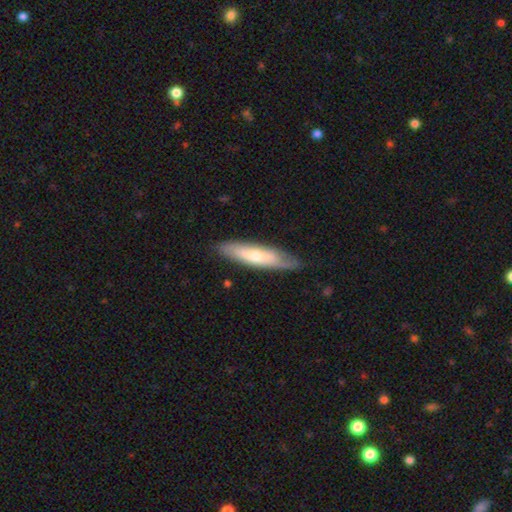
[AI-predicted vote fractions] Smooth or featured?
  - smooth: 52% *
  - featured or disk: 42%
  - star or artifact: 5%
How rounded?
  - cigar-shaped: 73% *
  - in between: 25%
  - round: 2%
Merging?
  - none: 76% *
  - minor disturbance: 18%
  - major disturbance: 4%
  - merger: 1%